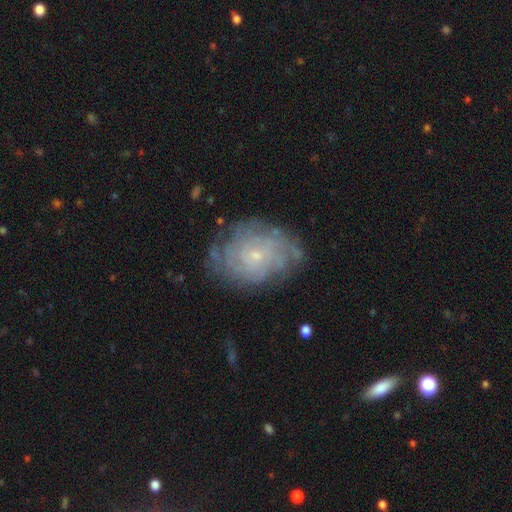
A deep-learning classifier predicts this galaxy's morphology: Overall: featured or disk (75%). Edge-on disk: no (97%). Bar: no (79%). Spiral arms: yes (87%). Spiral arm count: can't tell (54%). Spiral winding: tight (71%). Bulge size: small (77%). Merging: none (71%).